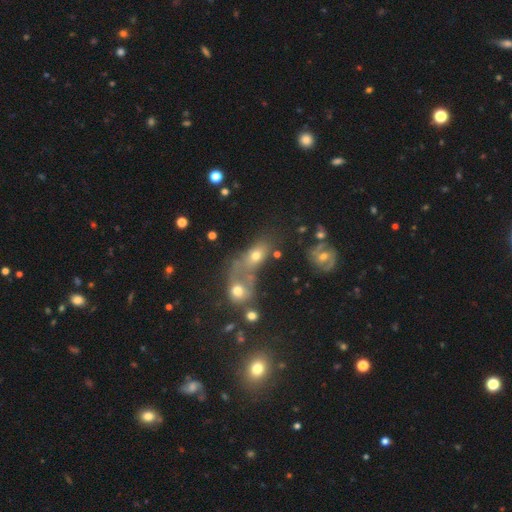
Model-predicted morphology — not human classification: This appears to be a smooth galaxy with no disk features (59%) that is in between round and cigar-shaped (72%). Merging: merger (54%).